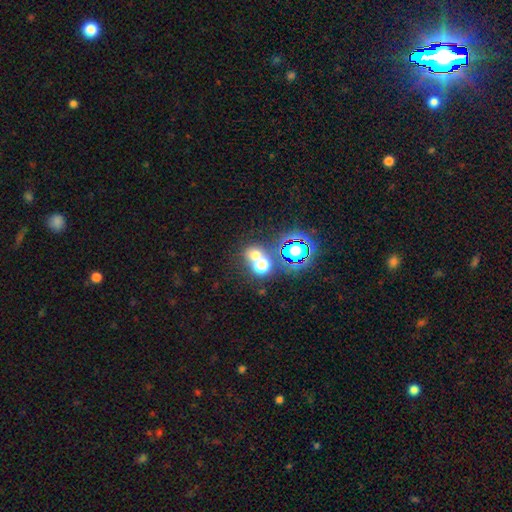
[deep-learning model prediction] smooth_or_featured: smooth (p=0.55) [alt: star or artifact p=0.35]
how_rounded: round (p=0.73) [alt: in between p=0.26]
merging: none (p=0.50) [alt: merger p=0.39]